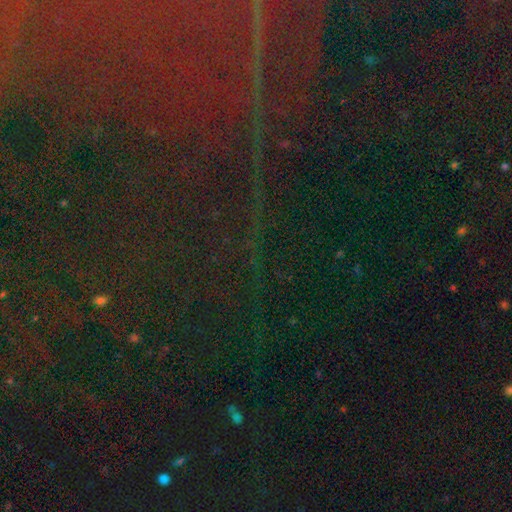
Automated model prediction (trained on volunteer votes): Q: Smooth or featured?
A: star or artifact (84%); runner-up: smooth (8%)